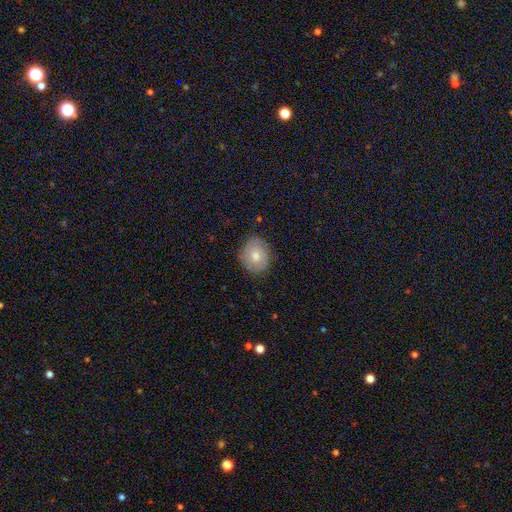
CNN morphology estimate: The model was most divided on "smooth or featured": smooth: 63%, featured or disk: 27%, star or artifact: 11%. More confident: merging — none (83%); how rounded — round (70%).